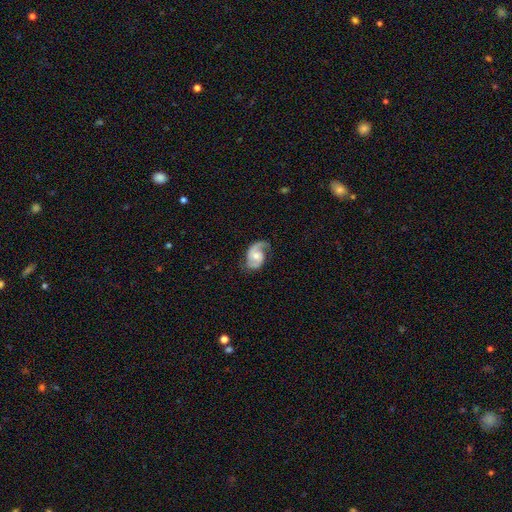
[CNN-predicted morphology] featured or disk 85%, smooth 10%, star or artifact 5%. Down the decision tree: edge-on disk — no (97%); bar — no (57%); spiral arms — yes (96%); spiral arm count — 2 (81%); spiral winding — medium (49%); bulge size — moderate (56%); merging — none (68%).